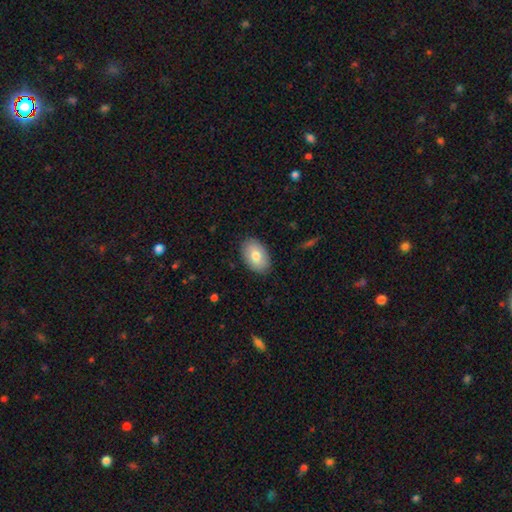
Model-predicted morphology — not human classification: smooth 78%, featured or disk 16%, star or artifact 6%. Down the decision tree: how rounded — in between (90%); merging — none (86%).